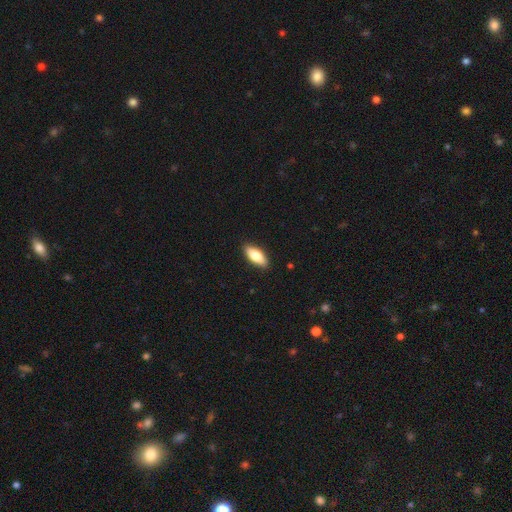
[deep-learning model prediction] This appears to be a smooth galaxy with no disk features (76%) that is in between round and cigar-shaped (76%). Merging: none (89%).